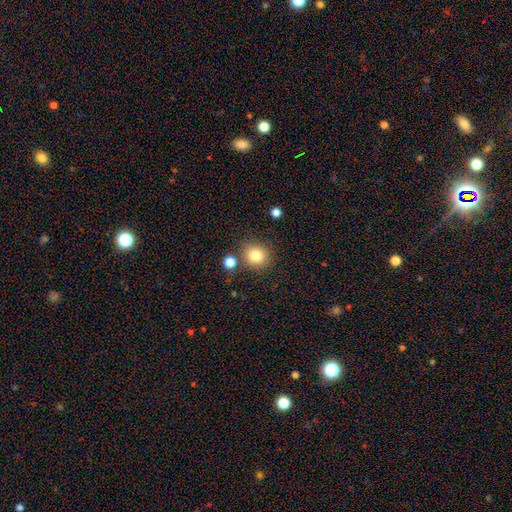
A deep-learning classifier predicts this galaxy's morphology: A smooth galaxy with no disk features (81%) that is round (85%).

Vote fractions:
- Smooth or featured? smooth: 81% / star or artifact: 12% / featured or disk: 7%
- How rounded? round: 85% / in between: 14% / cigar-shaped: 1%
- Merging? none: 80% / minor disturbance: 9% / merger: 8% / major disturbance: 3%